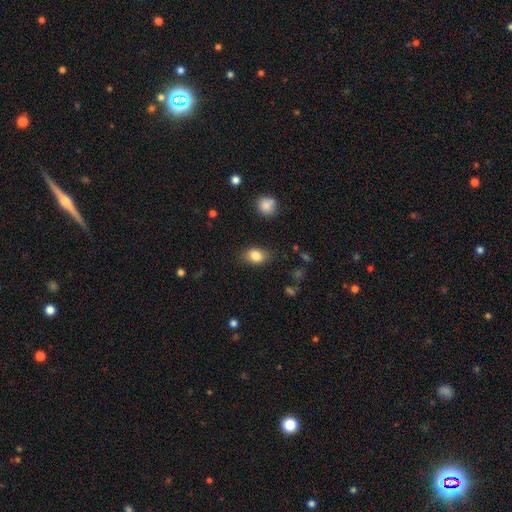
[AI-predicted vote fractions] Smooth or featured? smooth (84%)
How rounded? in between (79%)
Merging? none (81%)